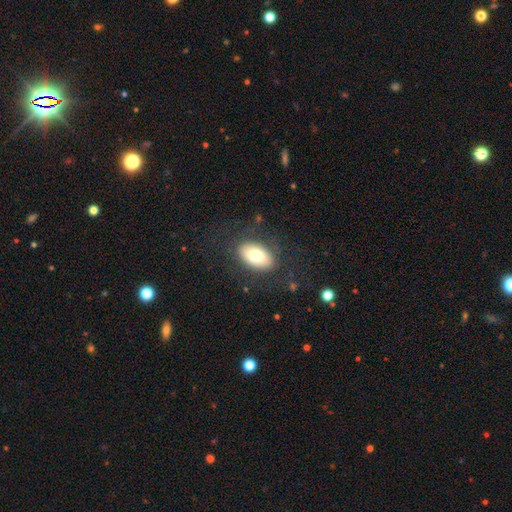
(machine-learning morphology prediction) The model was most divided on "smooth or featured": smooth: 77%, featured or disk: 16%, star or artifact: 7%. More confident: how rounded — in between (93%); merging — none (81%).